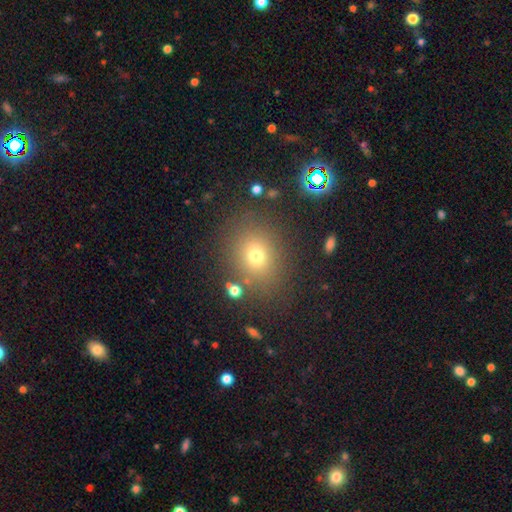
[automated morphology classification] A smooth galaxy with no disk features (70%) that is round (65%). Merging: none (82%).